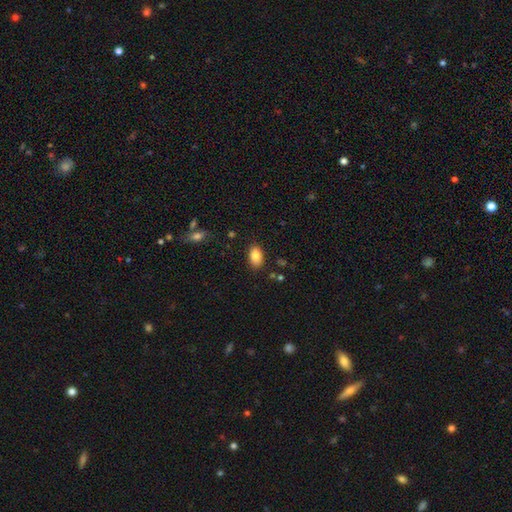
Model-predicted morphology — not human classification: Q: Smooth or featured?
A: smooth (83%); runner-up: featured or disk (8%)
Q: How rounded?
A: in between (90%); runner-up: round (9%)
Q: Merging?
A: none (86%); runner-up: minor disturbance (10%)